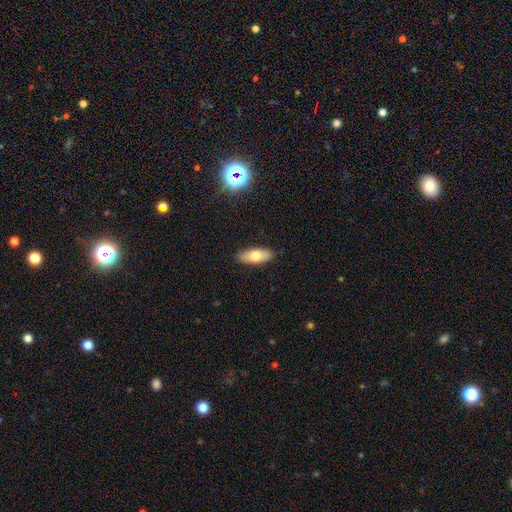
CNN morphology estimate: Overall: smooth (73%). How rounded: in between (73%). Merging: none (88%).